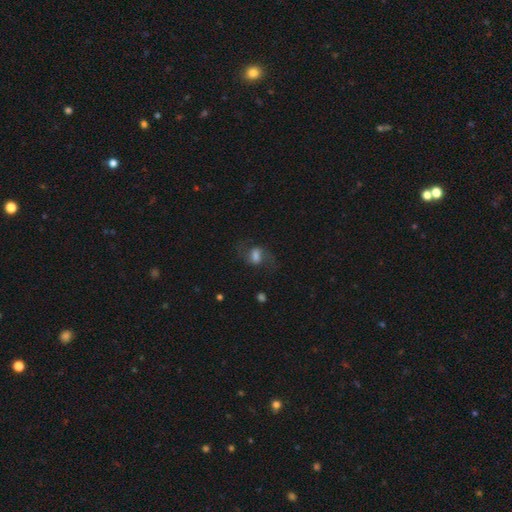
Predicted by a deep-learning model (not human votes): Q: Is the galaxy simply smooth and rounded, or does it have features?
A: featured or disk — 46%.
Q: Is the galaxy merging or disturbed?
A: none — 60%.